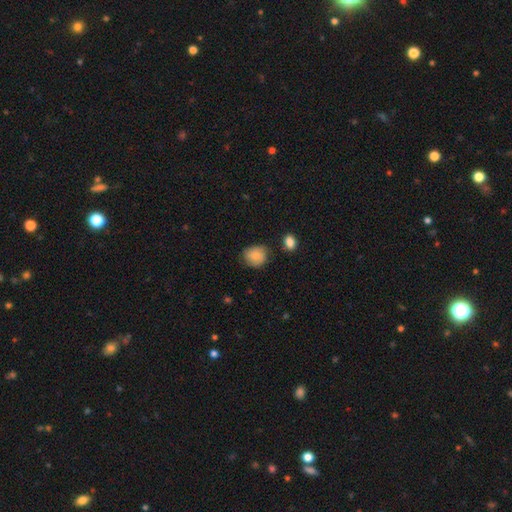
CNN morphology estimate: A smooth galaxy with no disk features (81%) that is round (72%).

Vote fractions:
- Smooth or featured? smooth: 81% / featured or disk: 11% / star or artifact: 8%
- How rounded? round: 72% / in between: 27% / cigar-shaped: 1%
- Merging? none: 70% / minor disturbance: 22% / major disturbance: 5% / merger: 3%